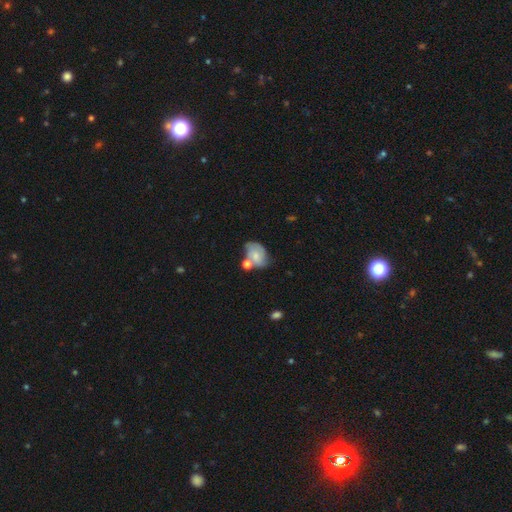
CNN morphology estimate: This appears to be a smooth galaxy with no disk features (54%) that is in between round and cigar-shaped (76%). Merging: none (36%).